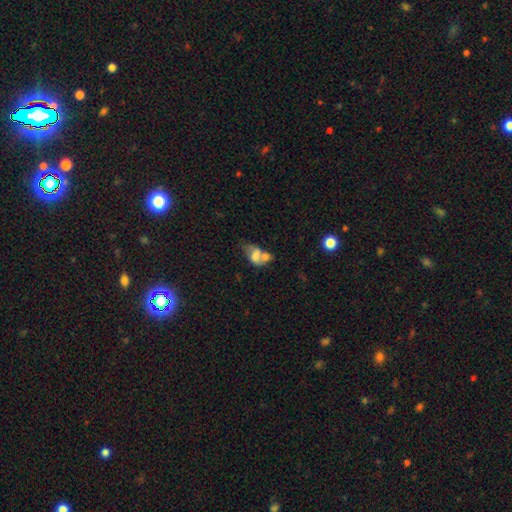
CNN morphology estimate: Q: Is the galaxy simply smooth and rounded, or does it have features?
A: smooth — 60%.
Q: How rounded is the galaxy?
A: in between — 82%.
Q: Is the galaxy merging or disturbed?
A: merger — 61%.